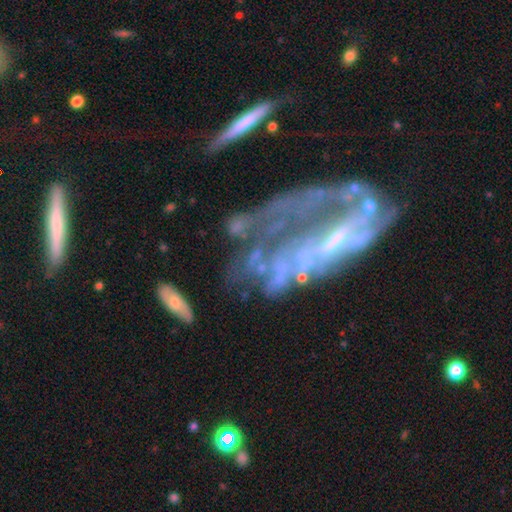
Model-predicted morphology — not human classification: This appears to be a featured or disk galaxy (67%) with no bar (53%), spiral arms (58%) and a small central bulge (34%). Merging: none (35%).